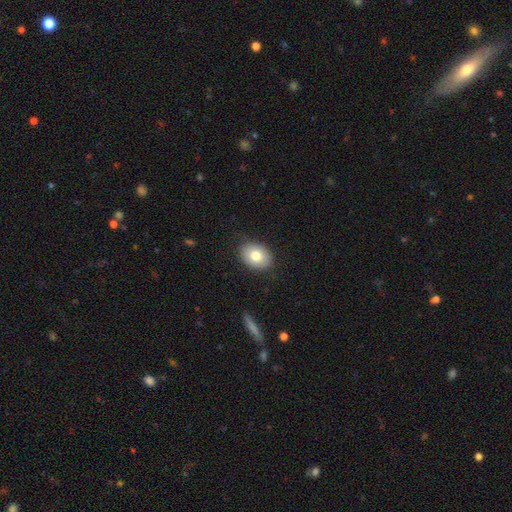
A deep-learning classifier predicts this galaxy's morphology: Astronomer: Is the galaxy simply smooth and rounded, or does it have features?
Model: smooth — 79%.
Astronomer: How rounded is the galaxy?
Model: in between — 70%.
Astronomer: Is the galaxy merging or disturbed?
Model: none — 86%.